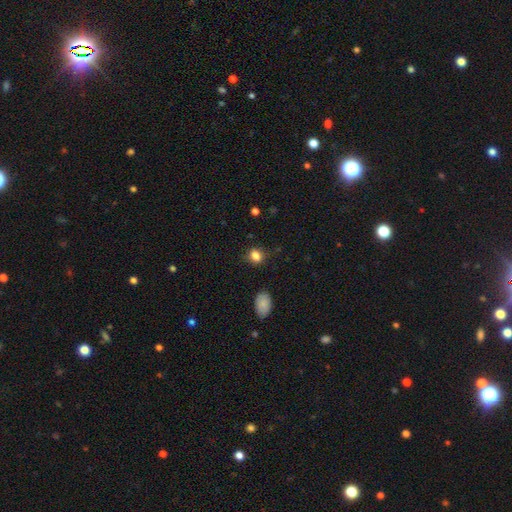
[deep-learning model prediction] Smooth or featured? Predicted: smooth (p=0.84). How rounded? Predicted: round (p=0.55). Merging? Predicted: none (p=0.78).